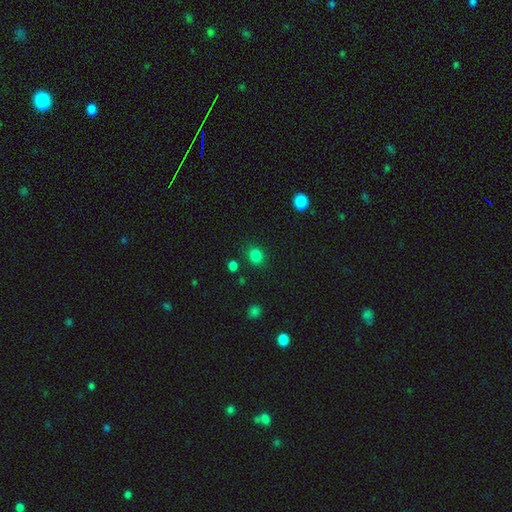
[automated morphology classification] This appears to be a smooth galaxy with no disk features (83%) that is round (69%). Merging: none (83%).